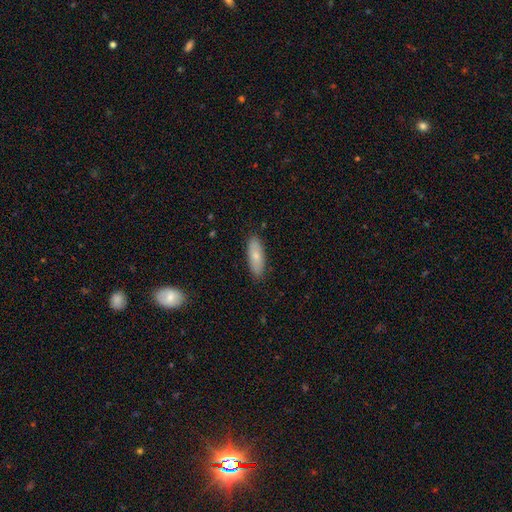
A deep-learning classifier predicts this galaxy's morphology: The model was most divided on "how rounded": in between: 60%, cigar-shaped: 38%, round: 2%. More confident: merging — none (88%); smooth or featured — smooth (75%).